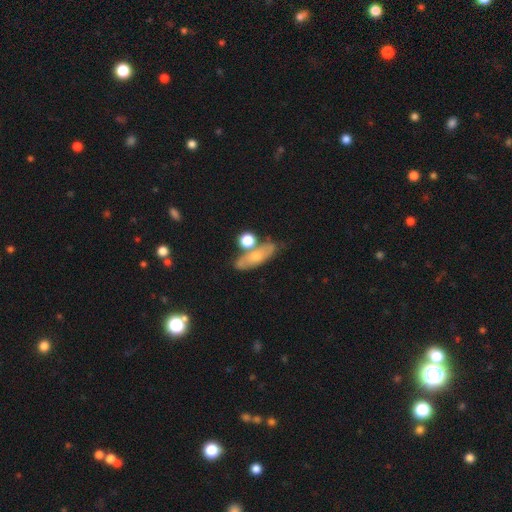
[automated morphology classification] A smooth galaxy with no disk features (48%). Merging: none (65%).